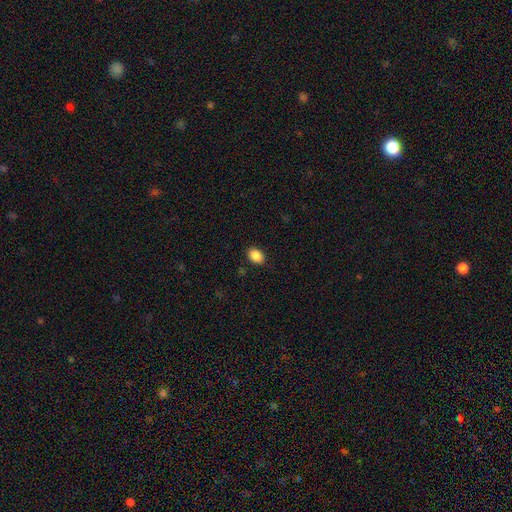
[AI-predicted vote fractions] smooth-or-featured: smooth: 89% | star or artifact: 8% | featured or disk: 3%
  how-rounded: in between: 83% | round: 16% | cigar-shaped: 1%
  merging: none: 87% | minor disturbance: 10% | major disturbance: 2% | merger: 1%